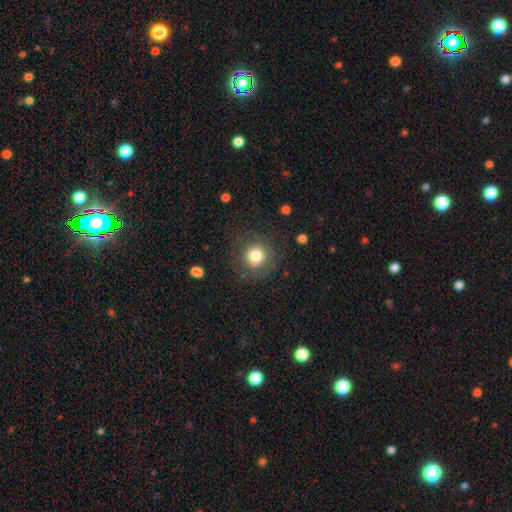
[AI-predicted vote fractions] smooth 79%, star or artifact 11%, featured or disk 10%. Down the decision tree: how rounded — round (91%); merging — none (80%).